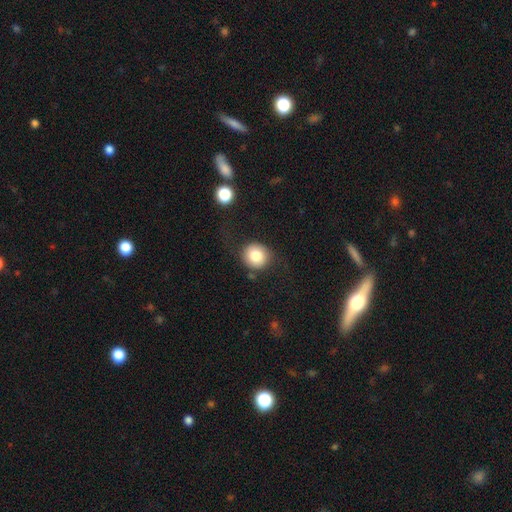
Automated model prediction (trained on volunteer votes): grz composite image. It shows a smooth galaxy with no disk features (80%) that is round (88%). Merging: none (74%).